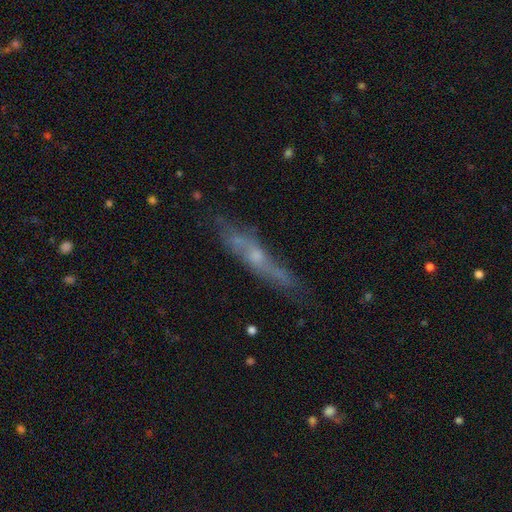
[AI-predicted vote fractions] A featured or disk galaxy (56%) viewed edge-on (66%). Merging: none (62%).